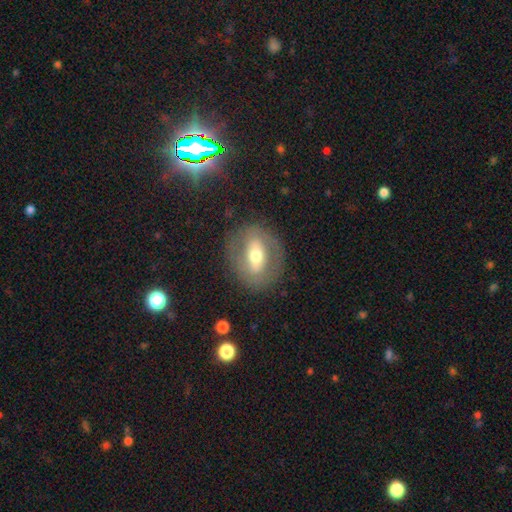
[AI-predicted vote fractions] Overall: featured or disk (57%; smooth 36%). Edge-on disk: no (86%). Merging: none (80%).